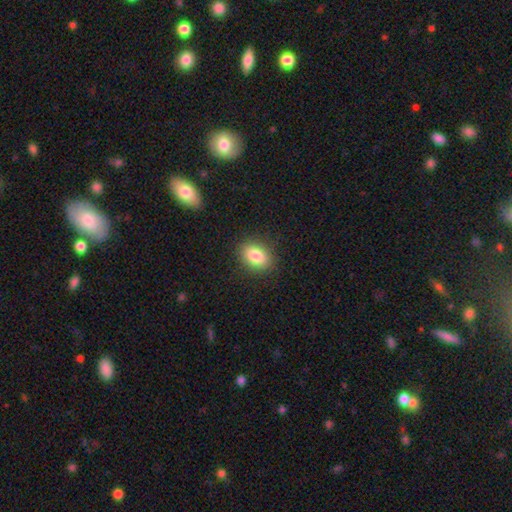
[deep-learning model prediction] Overall: smooth (84%). How rounded: in between (76%). Merging: none (88%).